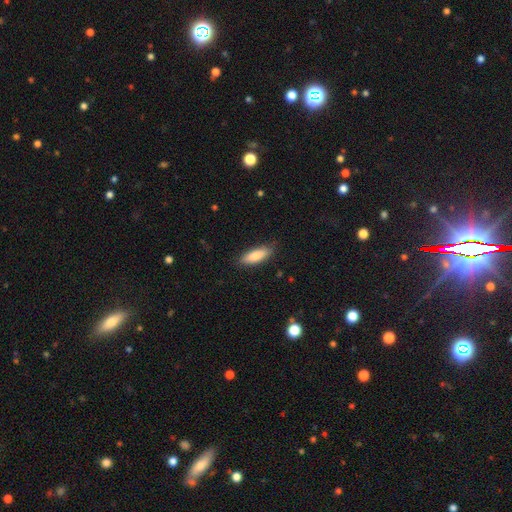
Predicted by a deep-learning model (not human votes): smooth_or_featured: smooth (p=0.84) [alt: featured or disk p=0.10]
how_rounded: in between (p=0.60) [alt: cigar-shaped p=0.39]
merging: none (p=0.82) [alt: minor disturbance p=0.14]